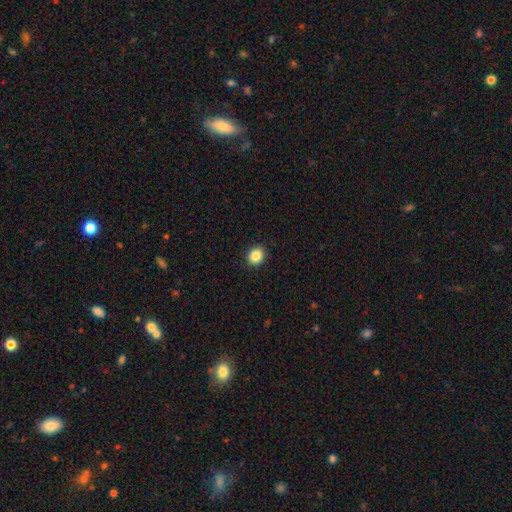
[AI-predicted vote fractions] A smooth galaxy with no disk features (86%) that is round (65%). Merging: none (92%).